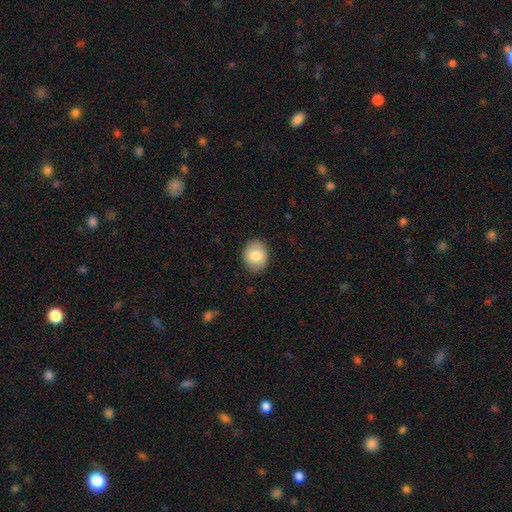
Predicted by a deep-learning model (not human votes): Morphology: type=smooth (82%); roundness=round (57%); merging=none (87%).